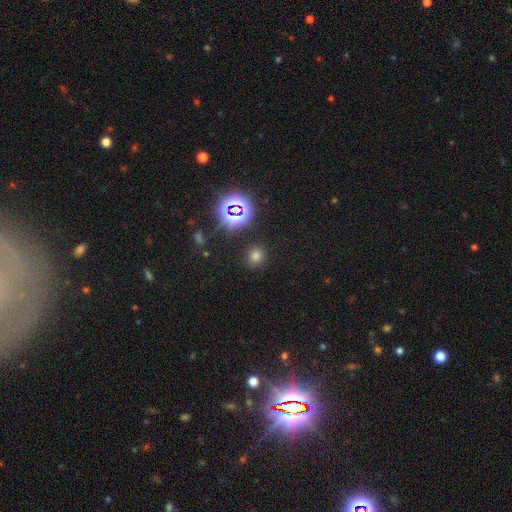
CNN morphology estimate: Smooth or featured? smooth (68%)
How rounded? round (75%)
Merging? none (87%)